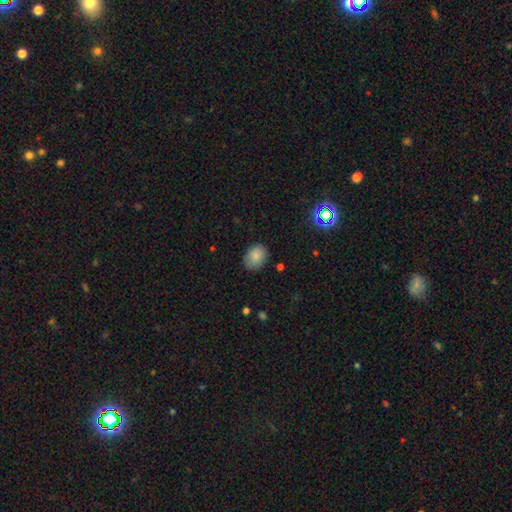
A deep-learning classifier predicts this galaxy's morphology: This appears to be a smooth galaxy with no disk features (84%) that is in between round and cigar-shaped (60%). Merging: none (79%).